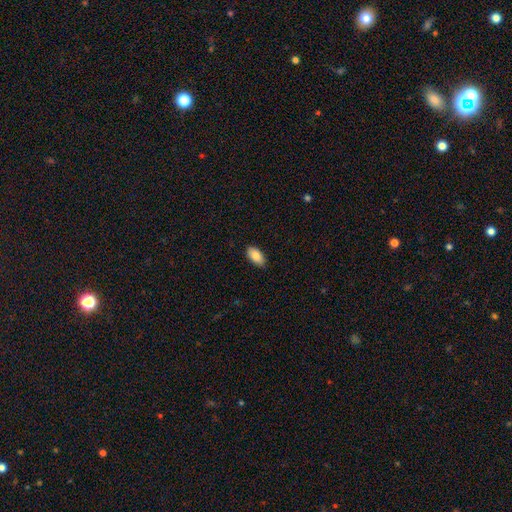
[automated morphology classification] This is clearly a smooth galaxy (87%). How rounded: clearly in between (93%). Merging: clearly none (87%).